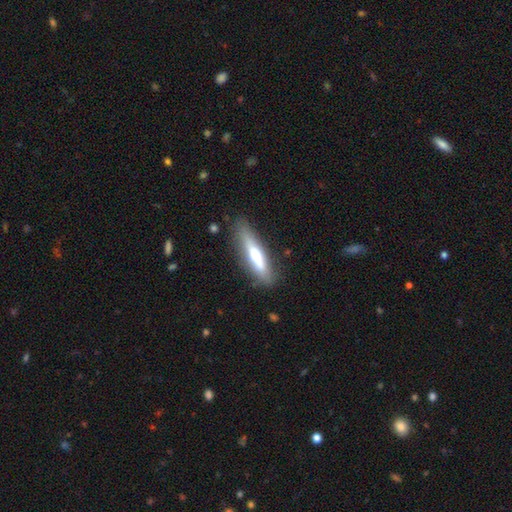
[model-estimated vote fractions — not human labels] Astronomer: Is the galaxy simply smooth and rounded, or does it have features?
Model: smooth — 55% (runner-up: featured or disk, 39%).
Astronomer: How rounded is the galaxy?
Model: cigar-shaped — 77%.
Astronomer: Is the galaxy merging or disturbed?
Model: none — 81%.